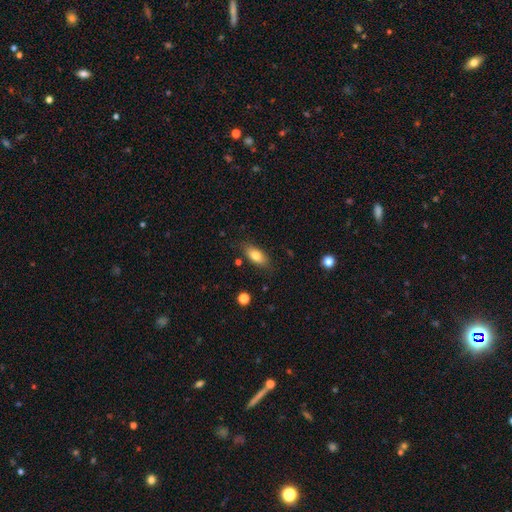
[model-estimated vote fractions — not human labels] Q: Smooth or featured?
A: smooth (78%); runner-up: featured or disk (15%)
Q: How rounded?
A: in between (85%); runner-up: cigar-shaped (11%)
Q: Merging?
A: none (82%); runner-up: minor disturbance (13%)